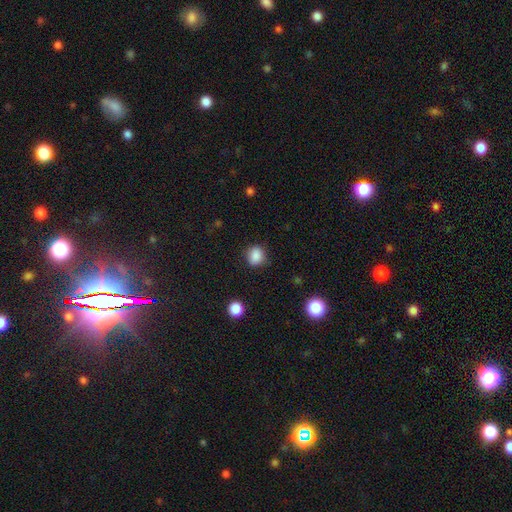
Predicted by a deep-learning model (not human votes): This appears to be a smooth galaxy with no disk features (86%) that is round (65%). Merging: none (82%).